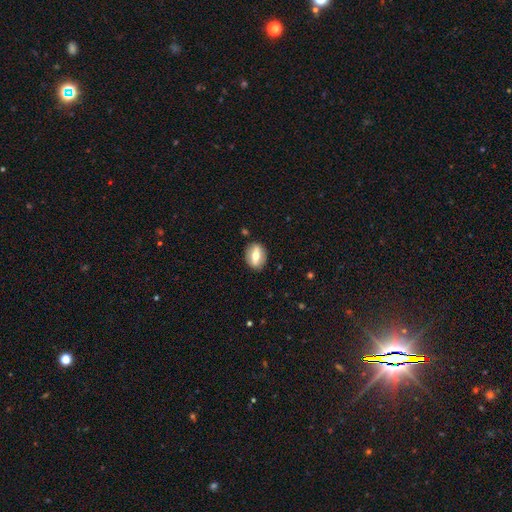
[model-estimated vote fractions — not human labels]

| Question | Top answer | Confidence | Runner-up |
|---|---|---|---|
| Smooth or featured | smooth | 48% | featured or disk (45%) |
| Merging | none | 86% | minor disturbance (10%) |